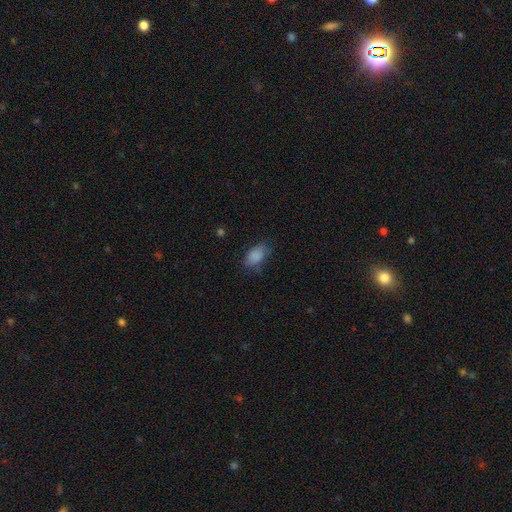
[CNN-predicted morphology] This is clearly a smooth galaxy (85%). How rounded: clearly in between (90%). Merging: likely none (66%).